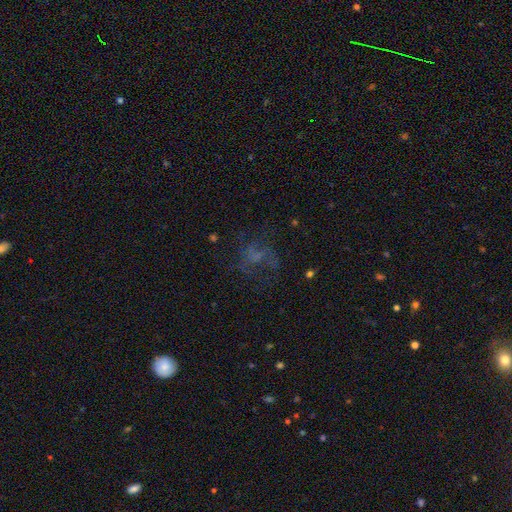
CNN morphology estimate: smooth_or_featured: featured or disk (p=0.42) [alt: smooth p=0.31]
merging: none (p=0.51) [alt: major disturbance p=0.30]